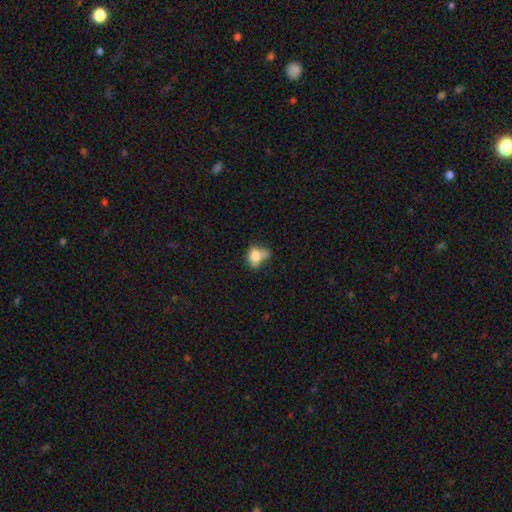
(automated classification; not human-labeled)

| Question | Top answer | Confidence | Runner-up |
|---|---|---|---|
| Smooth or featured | smooth | 75% | featured or disk (14%) |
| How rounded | in between | 61% | round (37%) |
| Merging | minor disturbance | 32% | none (29%) |